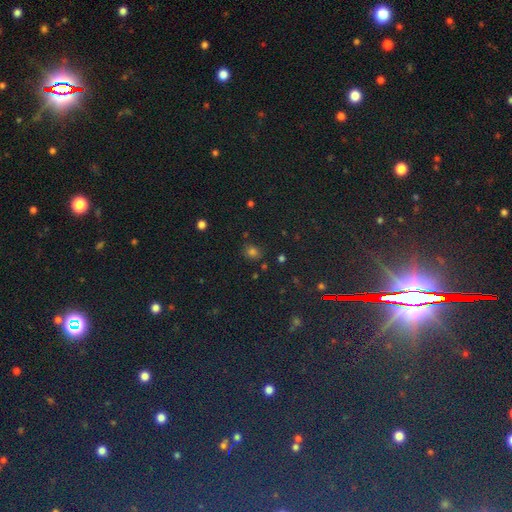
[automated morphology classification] Smooth or featured? Predicted: star or artifact (p=0.49).